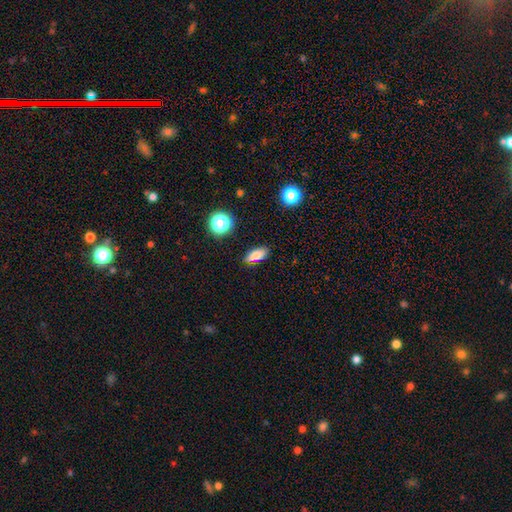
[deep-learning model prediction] Smooth or featured? smooth (80%)
How rounded? in between (73%)
Merging? none (84%)